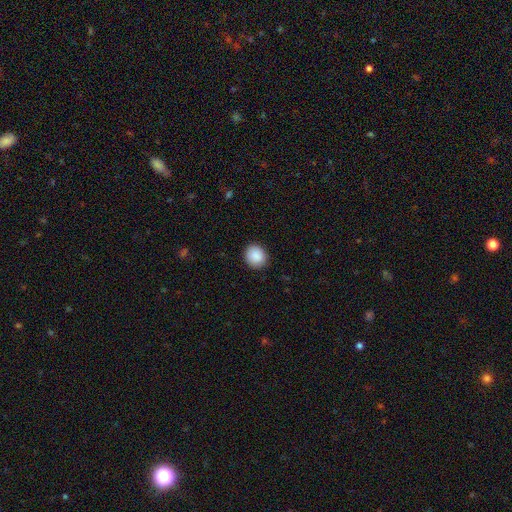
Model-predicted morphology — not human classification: smooth 89%, star or artifact 7%, featured or disk 3%. Down the decision tree: how rounded — round (80%); merging — none (89%).